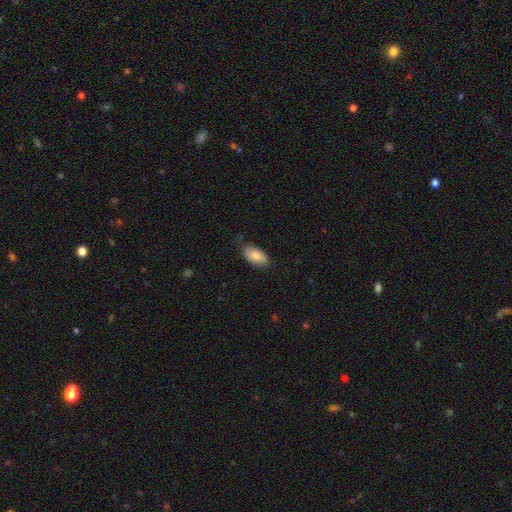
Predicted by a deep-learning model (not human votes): Morphology: type=smooth (81%); roundness=in between (94%); merging=none (80%).